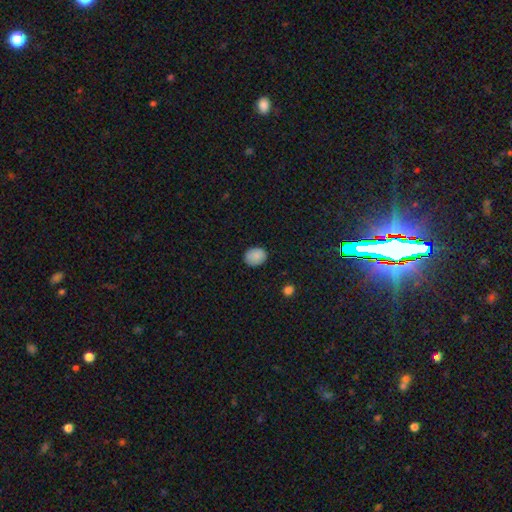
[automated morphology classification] This appears to be a smooth galaxy with no disk features (87%) that is round (55%). Merging: none (84%).